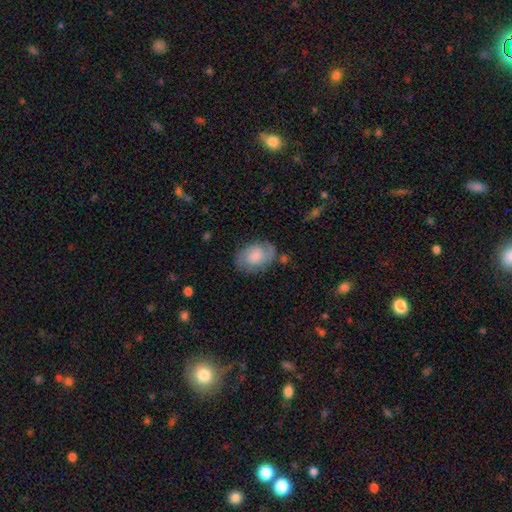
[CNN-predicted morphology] Smooth or featured? Predicted: smooth (p=0.58). How rounded? Predicted: in between (p=0.80). Merging? Predicted: none (p=0.69).